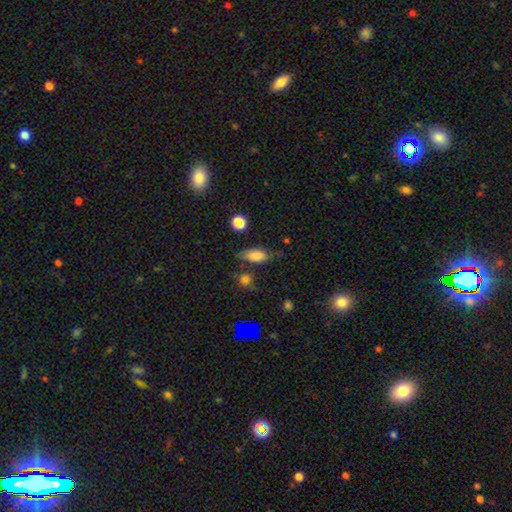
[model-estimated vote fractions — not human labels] The model was most divided on "merging": none: 63%, minor disturbance: 23%, major disturbance: 8%, merger: 6%. More confident: how rounded — in between (82%); smooth or featured — smooth (77%).